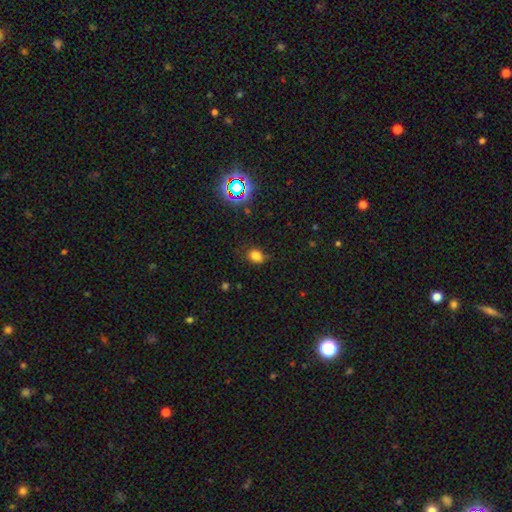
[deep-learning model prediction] Overall: smooth (75%). How rounded: in between (60%; round 39%). Merging: none (69%).